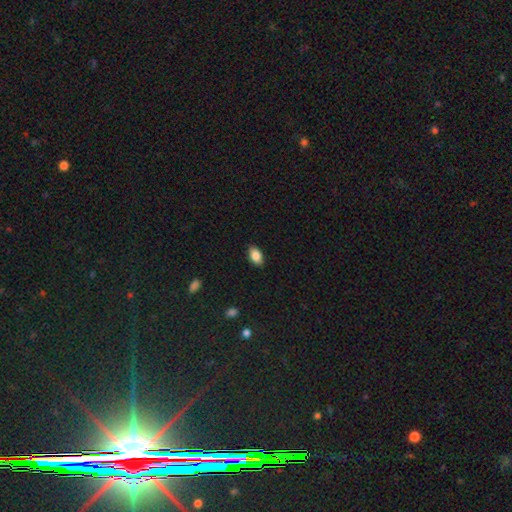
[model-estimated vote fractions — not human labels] This appears to be a smooth galaxy with no disk features (86%) that is in between round and cigar-shaped (91%). Merging: none (87%).